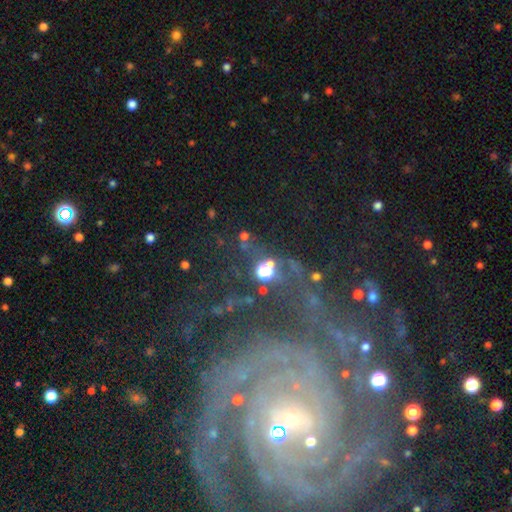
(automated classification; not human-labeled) Overall: featured or disk (85%). Edge-on disk: no (98%). Bar: no (50%; weak 29%). Spiral arms: yes (98%). Spiral arm count: 2 (28%; can't tell 18%). Spiral winding: tight (74%). Bulge size: small (71%). Merging: none (70%).